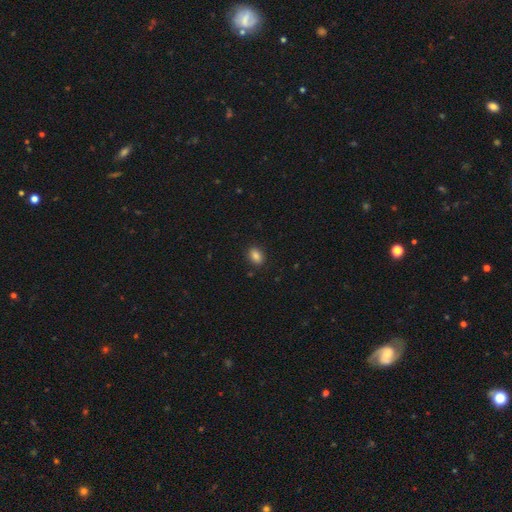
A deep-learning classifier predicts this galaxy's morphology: A smooth galaxy with no disk features (86%) that is in between round and cigar-shaped (79%).

Vote fractions:
- Smooth or featured? smooth: 86% / star or artifact: 10% / featured or disk: 5%
- How rounded? in between: 79% / round: 20% / cigar-shaped: 2%
- Merging? none: 89% / minor disturbance: 8% / major disturbance: 2% / merger: 1%